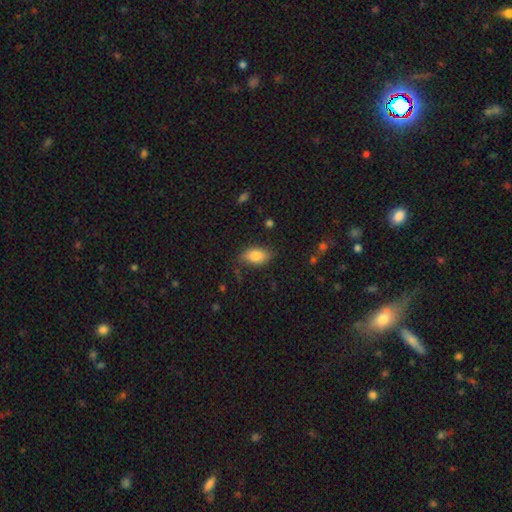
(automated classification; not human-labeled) smooth 82%, featured or disk 11%, star or artifact 7%. Down the decision tree: how rounded — in between (91%); merging — none (72%).